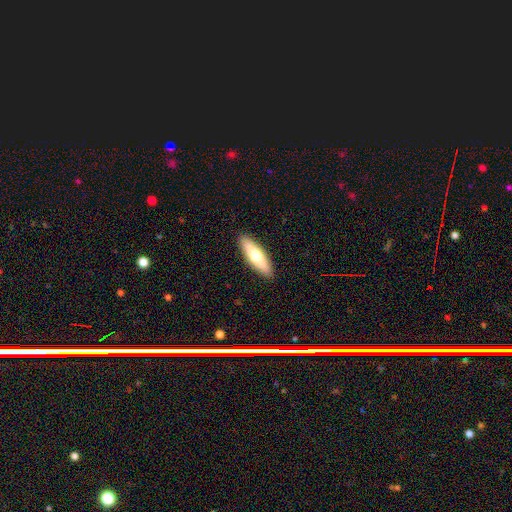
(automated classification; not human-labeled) A smooth galaxy with no disk features (62%) that is cigar-shaped (57%).

Vote fractions:
- Smooth or featured? smooth: 62% / featured or disk: 33% / star or artifact: 5%
- How rounded? cigar-shaped: 57% / in between: 41% / round: 2%
- Merging? none: 91% / minor disturbance: 7% / major disturbance: 2% / merger: 1%